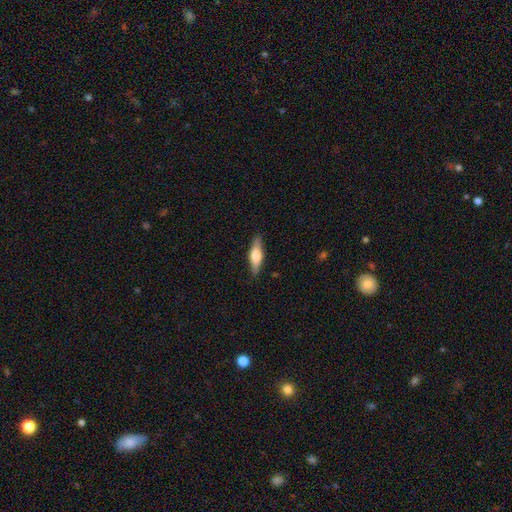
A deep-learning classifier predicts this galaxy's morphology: The model was most divided on "how rounded": cigar-shaped: 53%, in between: 45%, round: 3%. More confident: merging — none (86%); smooth or featured — smooth (56%).